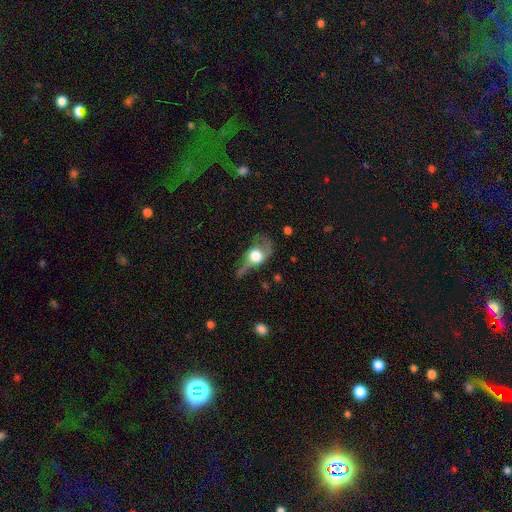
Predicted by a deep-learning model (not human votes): Smooth or featured? Predicted: featured or disk (p=0.53). Edge-on disk? Predicted: no (p=0.71). Merging? Predicted: major disturbance (p=0.42).